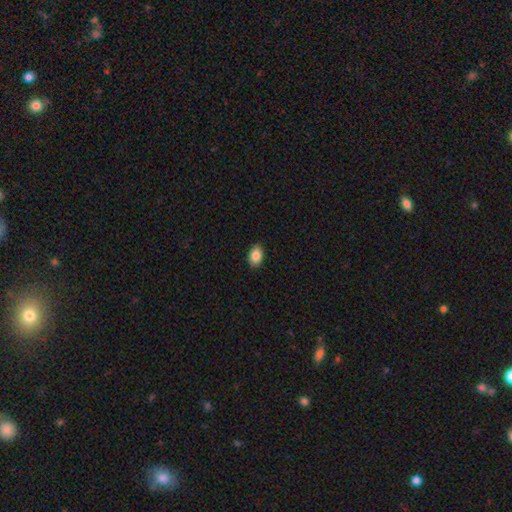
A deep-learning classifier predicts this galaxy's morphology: smooth-or-featured: smooth: 87% | star or artifact: 7% | featured or disk: 5%
  how-rounded: in between: 86% | round: 13% | cigar-shaped: 1%
  merging: none: 89% | minor disturbance: 8% | major disturbance: 2% | merger: 1%